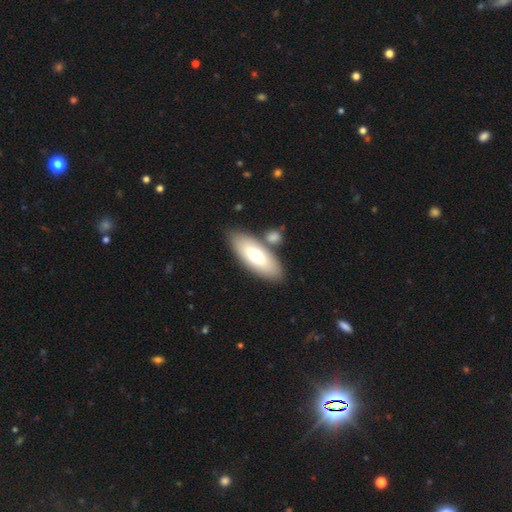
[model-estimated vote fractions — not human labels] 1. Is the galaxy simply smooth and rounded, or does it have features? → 66% smooth, 28% featured or disk, 6% star or artifact.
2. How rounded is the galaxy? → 76% in between, 22% cigar-shaped, 2% round.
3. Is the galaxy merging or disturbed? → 75% none, 13% merger, 10% minor disturbance, 3% major disturbance.